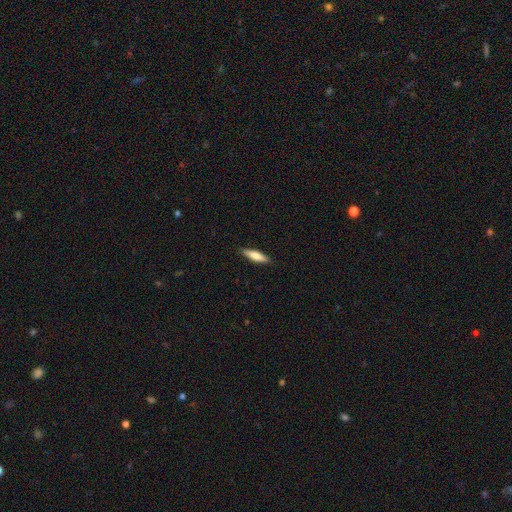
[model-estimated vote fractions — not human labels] This is likely a smooth galaxy (72%). How rounded: likely cigar-shaped (70%). Merging: clearly none (89%).